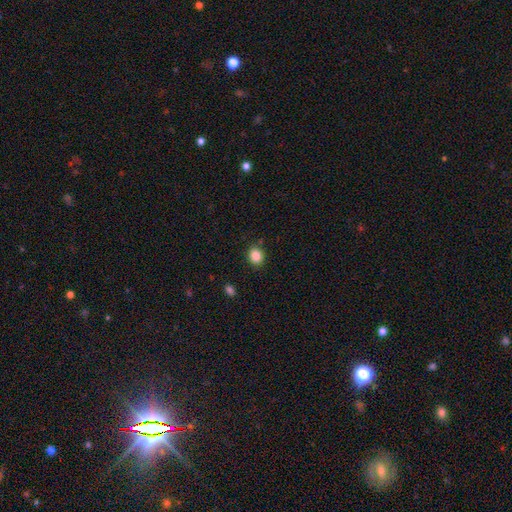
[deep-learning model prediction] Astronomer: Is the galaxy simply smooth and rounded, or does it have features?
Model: smooth — 86%.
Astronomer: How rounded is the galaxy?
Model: round — 61% (runner-up: in between, 38%).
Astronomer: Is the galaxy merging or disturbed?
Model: none — 85%.